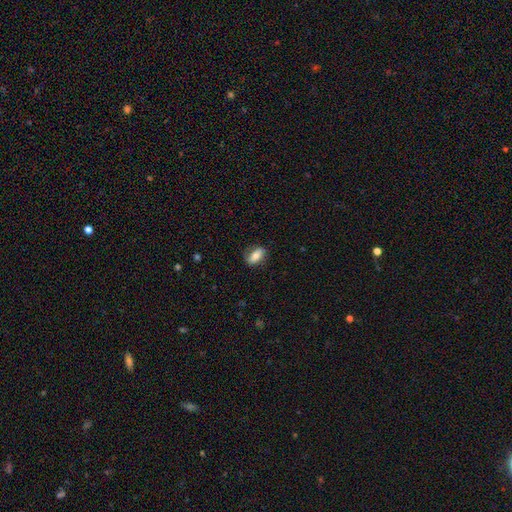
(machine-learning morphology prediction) Smooth or featured? Predicted: smooth (p=0.70). How rounded? Predicted: in between (p=0.85). Merging? Predicted: none (p=0.76).